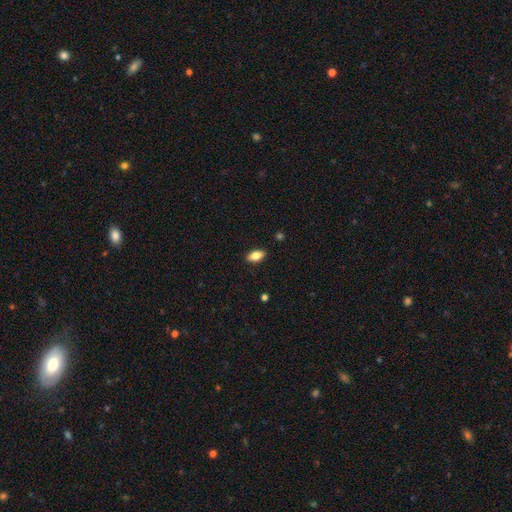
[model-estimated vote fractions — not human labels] Morphology: type=smooth (80%); roundness=in between (89%); merging=none (88%).